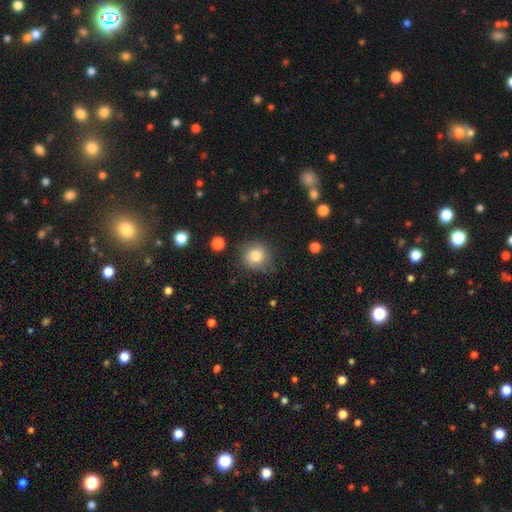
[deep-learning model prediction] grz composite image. It shows a smooth galaxy with no disk features (83%) that is round (83%). Merging: none (72%).